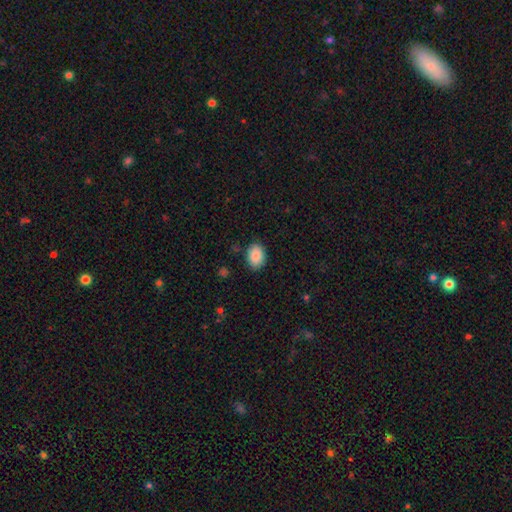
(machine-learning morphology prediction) Overall: smooth (89%). How rounded: in between (79%). Merging: none (85%).